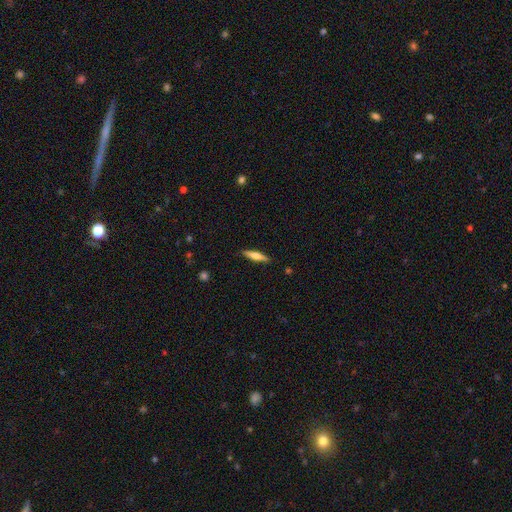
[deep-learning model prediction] smooth 53%, featured or disk 41%, star or artifact 6%. Down the decision tree: how rounded — cigar-shaped (78%); merging — none (88%).